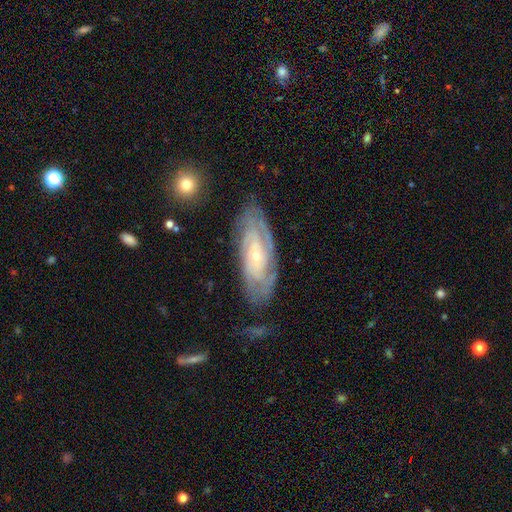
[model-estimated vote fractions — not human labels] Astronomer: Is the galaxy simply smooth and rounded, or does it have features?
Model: featured or disk — 81%.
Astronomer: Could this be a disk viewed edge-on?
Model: no — 91%.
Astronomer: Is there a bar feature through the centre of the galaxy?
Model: no — 71%.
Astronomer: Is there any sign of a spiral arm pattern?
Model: yes — 92%.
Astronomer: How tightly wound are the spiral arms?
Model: tight — 73%.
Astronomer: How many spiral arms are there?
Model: can't tell — 46% (runner-up: 2, 24%).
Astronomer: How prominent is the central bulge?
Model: small — 78%.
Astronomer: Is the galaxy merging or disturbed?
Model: none — 73%.